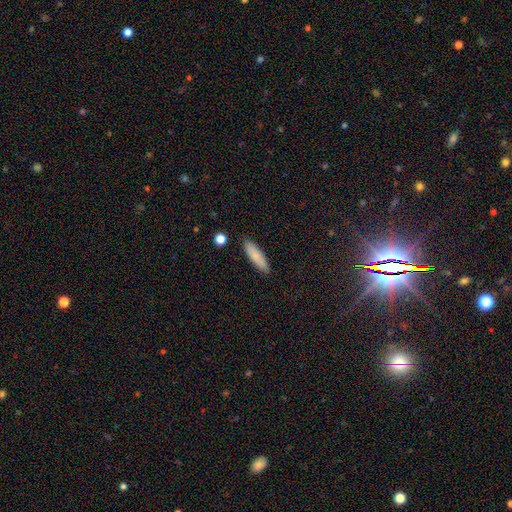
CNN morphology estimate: The model was most divided on "how rounded": cigar-shaped: 64%, in between: 35%, round: 2%. More confident: merging — none (88%); smooth or featured — smooth (84%).